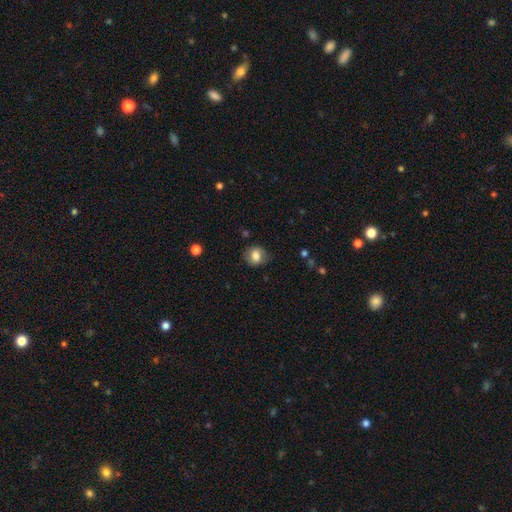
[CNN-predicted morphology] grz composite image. It shows a smooth galaxy with no disk features (79%) that is round (64%). Merging: none (77%).